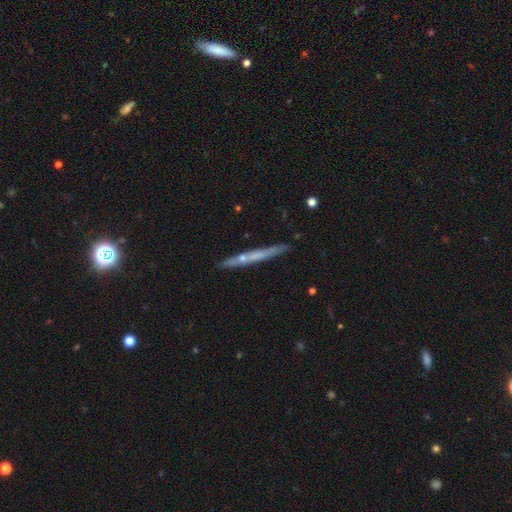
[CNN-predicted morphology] This appears to be a featured or disk galaxy (58%) viewed edge-on (95%) with no central bulge (58%). Merging: none (85%).